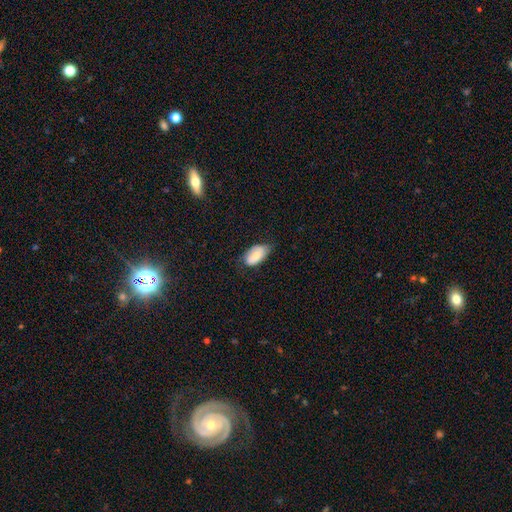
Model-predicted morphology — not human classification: Smooth or featured? smooth (73%)
How rounded? in between (94%)
Merging? none (60%)